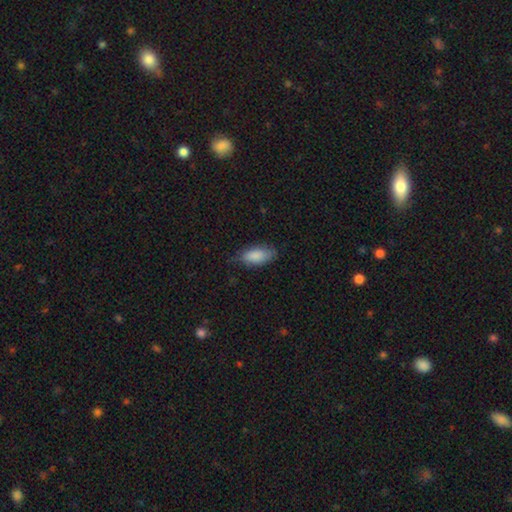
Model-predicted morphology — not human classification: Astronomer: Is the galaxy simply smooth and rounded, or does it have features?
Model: smooth — 85%.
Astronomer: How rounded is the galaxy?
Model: in between — 90%.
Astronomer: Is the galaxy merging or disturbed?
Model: none — 68%.